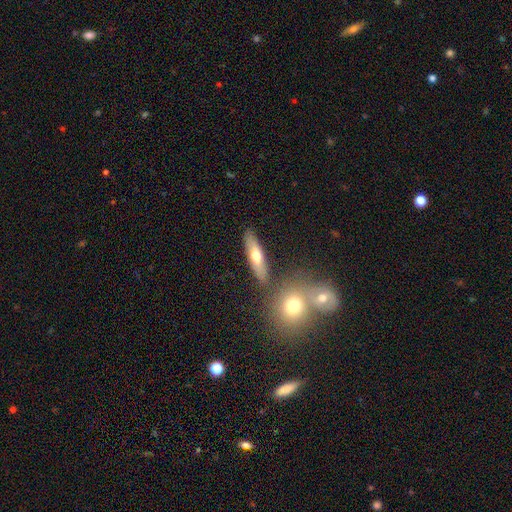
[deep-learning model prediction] A smooth galaxy with no disk features (57%) that is cigar-shaped (60%).

Vote fractions:
- Smooth or featured? smooth: 57% / featured or disk: 36% / star or artifact: 7%
- How rounded? cigar-shaped: 60% / in between: 36% / round: 4%
- Merging? none: 79% / minor disturbance: 10% / merger: 7% / major disturbance: 3%